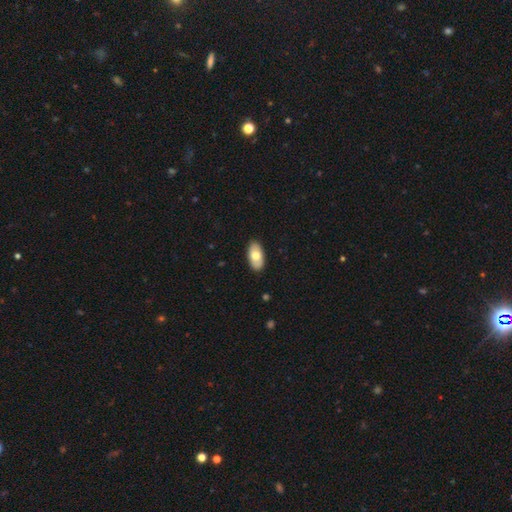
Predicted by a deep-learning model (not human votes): A smooth galaxy with no disk features (69%) that is in between round and cigar-shaped (94%). Merging: none (88%).